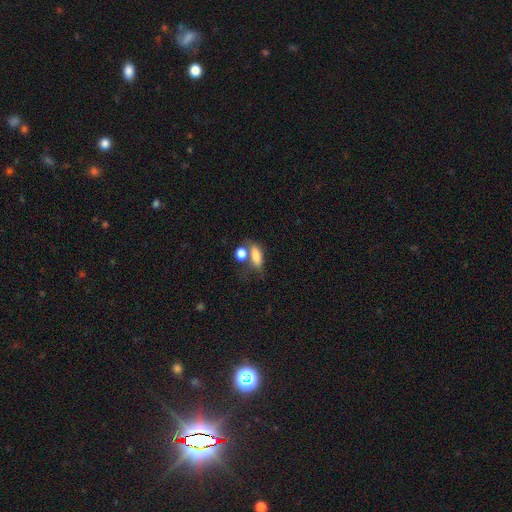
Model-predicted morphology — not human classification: smooth 78%, featured or disk 12%, star or artifact 10%. Down the decision tree: how rounded — in between (77%); merging — merger (37%, tied with none).